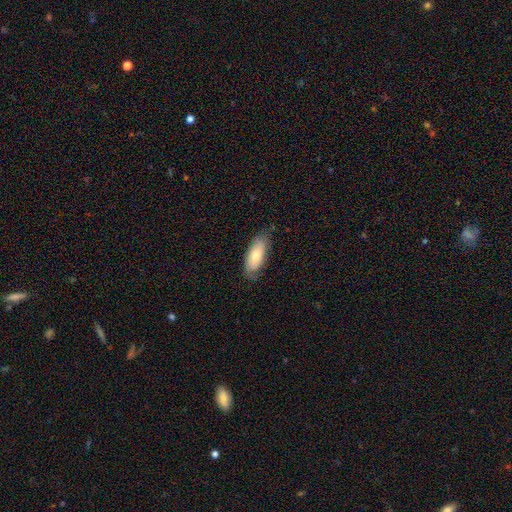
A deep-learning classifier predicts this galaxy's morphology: type=smooth (71%); roundness=in between (82%); merging=none (70%).